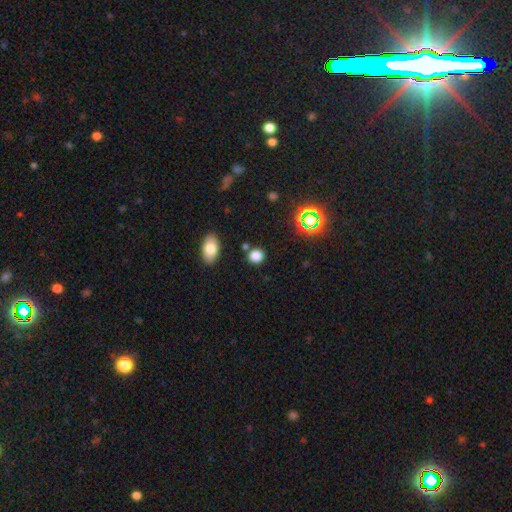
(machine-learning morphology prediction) Smooth or featured?
  - smooth: 80% *
  - star or artifact: 15%
  - featured or disk: 5%
How rounded?
  - round: 77% *
  - in between: 22%
  - cigar-shaped: 1%
Merging?
  - none: 82% *
  - minor disturbance: 9%
  - merger: 6%
  - major disturbance: 3%